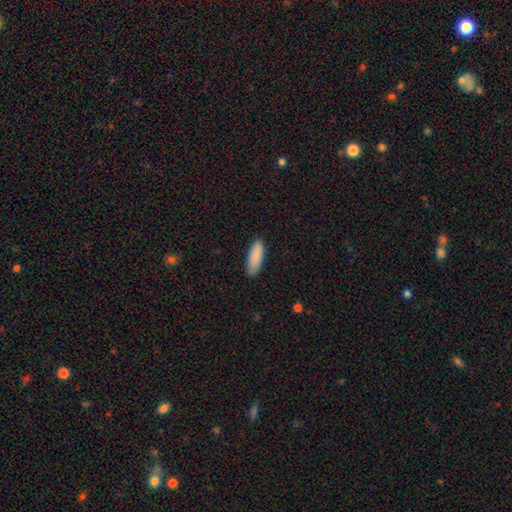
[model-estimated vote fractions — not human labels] This appears to be a smooth galaxy with no disk features (89%) that is in between round and cigar-shaped (60%). Merging: none (86%).